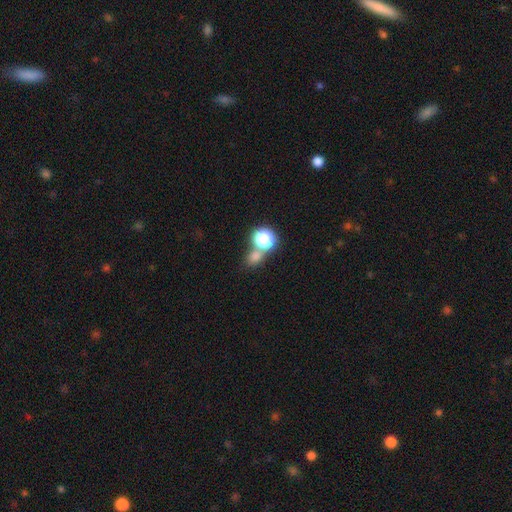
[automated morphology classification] Overall: smooth (68%). How rounded: round (62%; in between 37%). Merging: none (56%; merger 31%).